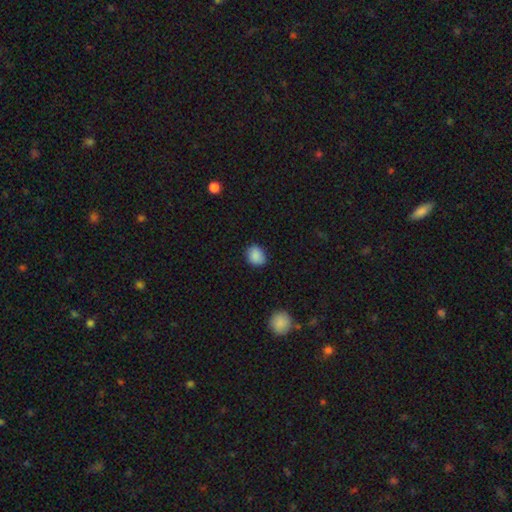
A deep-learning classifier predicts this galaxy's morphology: Smooth or featured: smooth — 88% (star or artifact — 8%)
How rounded: round — 53% (in between — 46%)
Merging: none — 81% (minor disturbance — 15%)